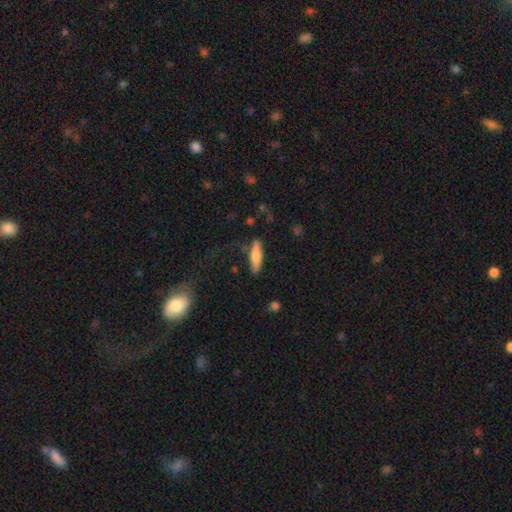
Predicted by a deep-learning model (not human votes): Overall: smooth (68%). How rounded: cigar-shaped (66%; in between 32%). Merging: none (79%).